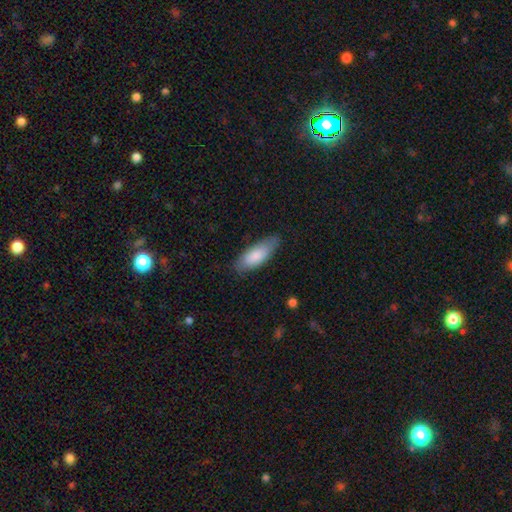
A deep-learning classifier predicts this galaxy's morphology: A smooth galaxy with no disk features (81%) that is in between round and cigar-shaped (75%).

Vote fractions:
- Smooth or featured? smooth: 81% / featured or disk: 14% / star or artifact: 5%
- How rounded? in between: 75% / cigar-shaped: 23% / round: 2%
- Merging? none: 75% / minor disturbance: 20% / major disturbance: 4% / merger: 1%